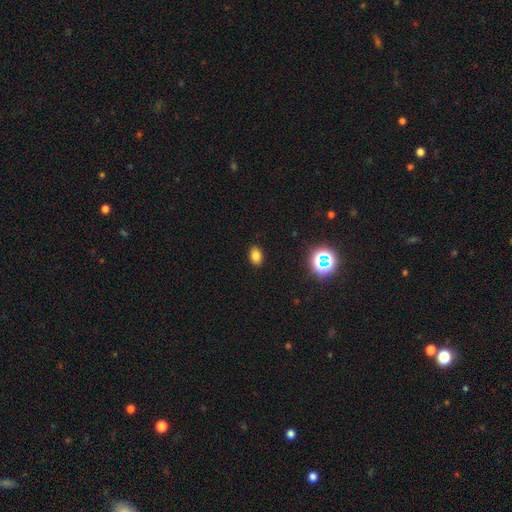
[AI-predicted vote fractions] Overall: smooth (78%). How rounded: in between (84%). Merging: none (89%).